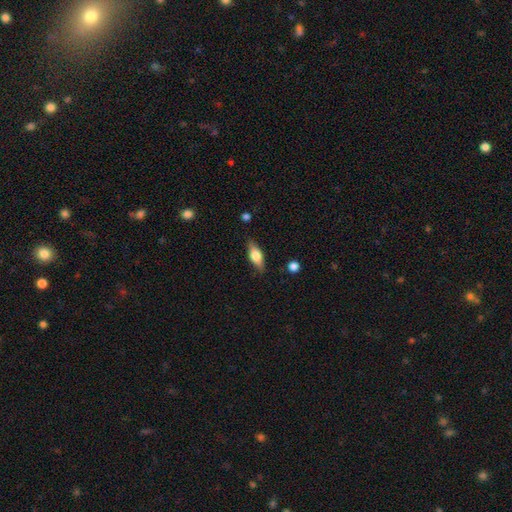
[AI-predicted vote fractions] smooth_or_featured: smooth (p=0.53) [alt: featured or disk p=0.40]
how_rounded: in between (p=0.66) [alt: cigar-shaped p=0.30]
merging: none (p=0.84) [alt: minor disturbance p=0.12]